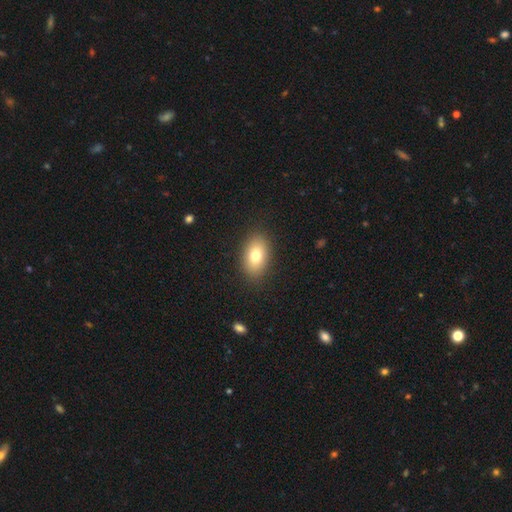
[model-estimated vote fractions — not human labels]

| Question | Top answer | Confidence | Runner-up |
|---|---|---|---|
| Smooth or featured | smooth | 78% | featured or disk (13%) |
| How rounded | in between | 87% | round (12%) |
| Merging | none | 88% | minor disturbance (8%) |